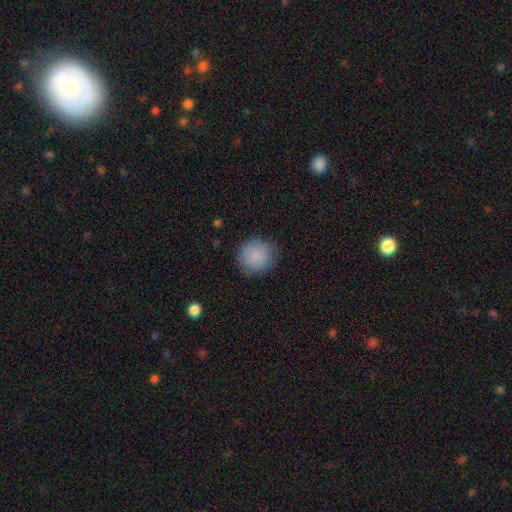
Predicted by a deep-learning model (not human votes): The model was most divided on "merging": none: 84%, minor disturbance: 11%, major disturbance: 3%, merger: 1%. More confident: how rounded — round (91%); smooth or featured — smooth (87%).